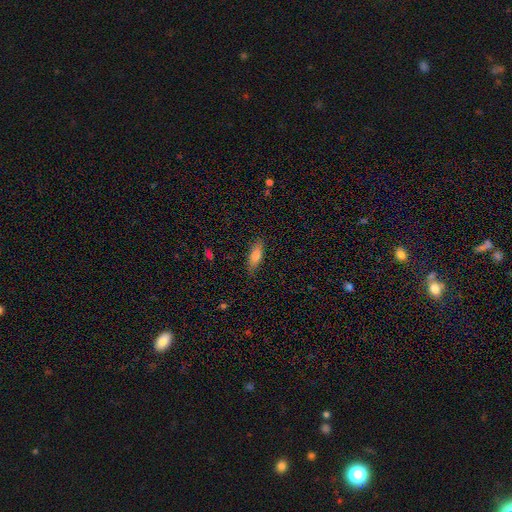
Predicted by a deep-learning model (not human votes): smooth_or_featured: smooth (p=0.75) [alt: featured or disk p=0.18]
how_rounded: in between (p=0.53) [alt: cigar-shaped p=0.45]
merging: none (p=0.84) [alt: minor disturbance p=0.12]